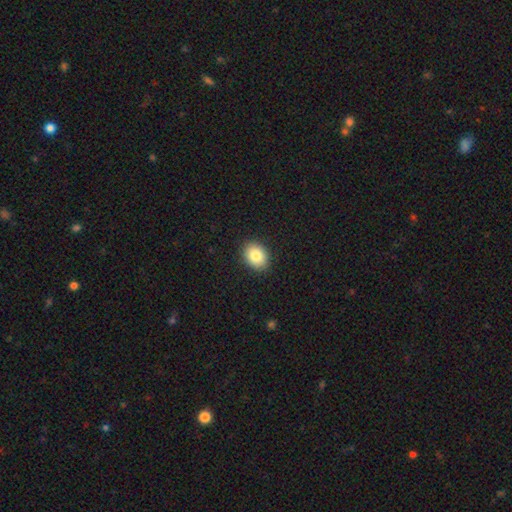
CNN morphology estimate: The model was most divided on "how rounded": in between: 57%, round: 43%, cigar-shaped: 1%. More confident: merging — none (90%); smooth or featured — smooth (83%).